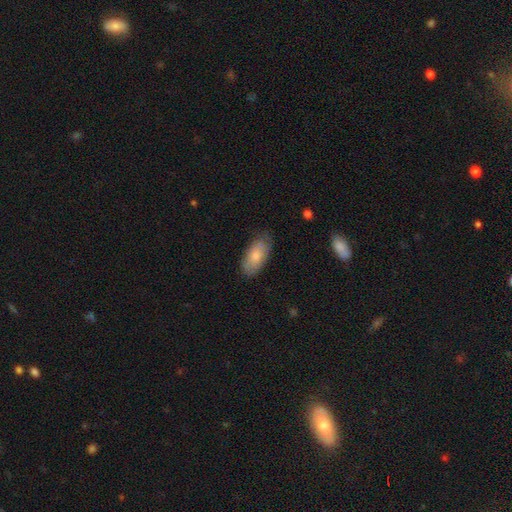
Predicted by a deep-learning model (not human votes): Morphology: type=smooth (75%); roundness=in between (92%); merging=none (69%).